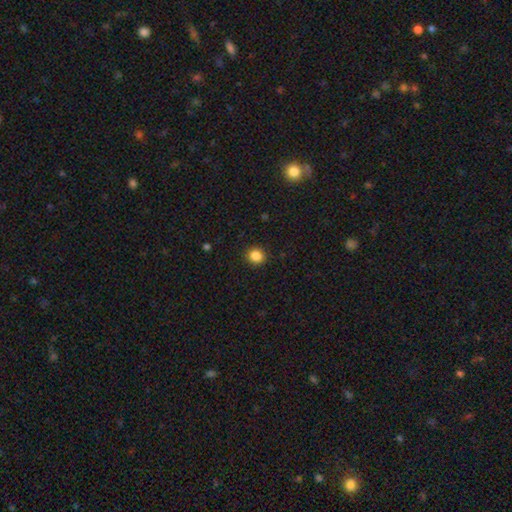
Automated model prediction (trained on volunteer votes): smooth-or-featured: smooth: 86% | star or artifact: 11% | featured or disk: 3%
  how-rounded: round: 85% | in between: 14% | cigar-shaped: 1%
  merging: none: 91% | minor disturbance: 6% | major disturbance: 2% | merger: 1%